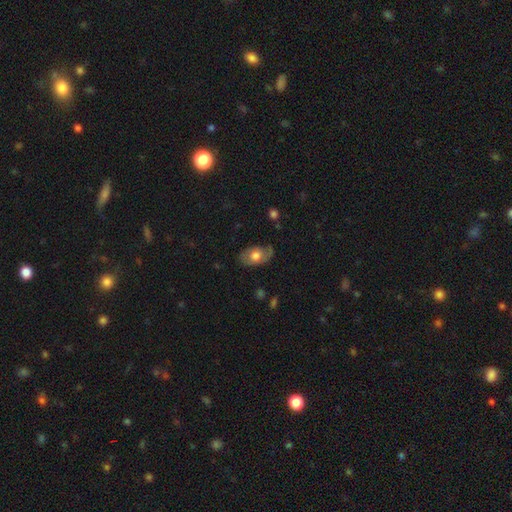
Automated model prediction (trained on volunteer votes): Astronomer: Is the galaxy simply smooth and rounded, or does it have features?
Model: smooth — 53% (runner-up: featured or disk, 40%).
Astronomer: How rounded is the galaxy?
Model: in between — 87%.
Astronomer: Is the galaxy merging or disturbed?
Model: none — 69%.